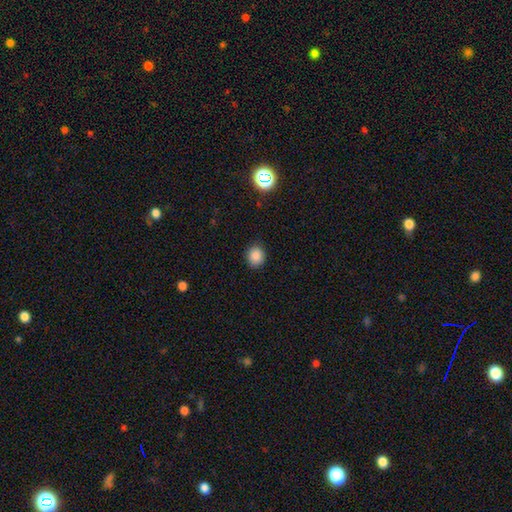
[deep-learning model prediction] A smooth galaxy with no disk features (86%) that is round (69%). Merging: none (89%).